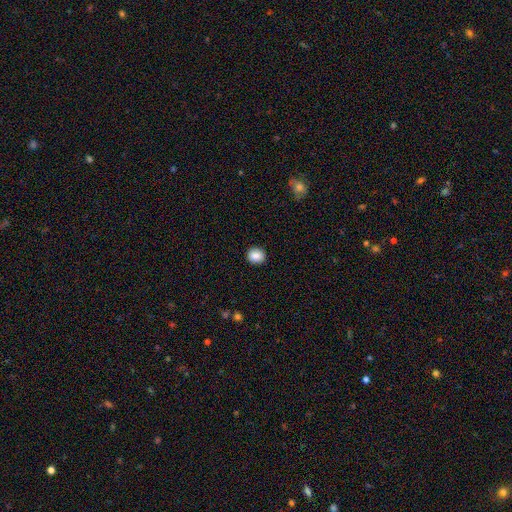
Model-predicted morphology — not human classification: Smooth or featured: smooth — 87% (star or artifact — 9%)
How rounded: round — 78% (in between — 21%)
Merging: none — 91% (minor disturbance — 6%)